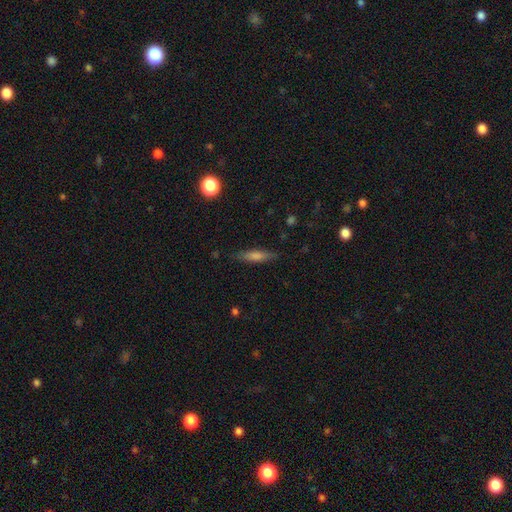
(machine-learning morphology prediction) The model was most divided on "smooth or featured": smooth: 56%, featured or disk: 36%, star or artifact: 9%. More confident: merging — none (86%); how rounded — cigar-shaped (81%).